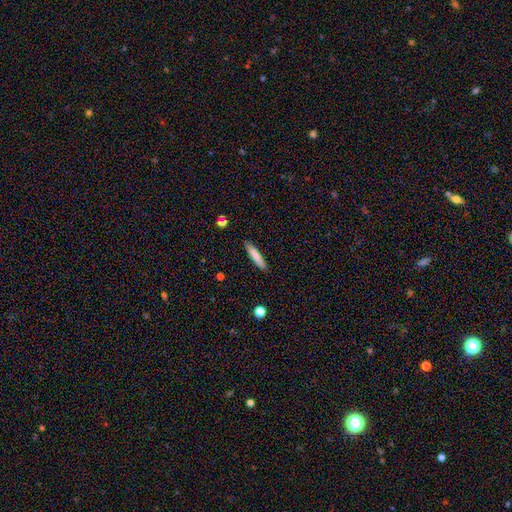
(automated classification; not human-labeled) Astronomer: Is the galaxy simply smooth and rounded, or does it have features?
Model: smooth — 79%.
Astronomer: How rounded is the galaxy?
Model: cigar-shaped — 91%.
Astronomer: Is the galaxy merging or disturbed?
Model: none — 89%.